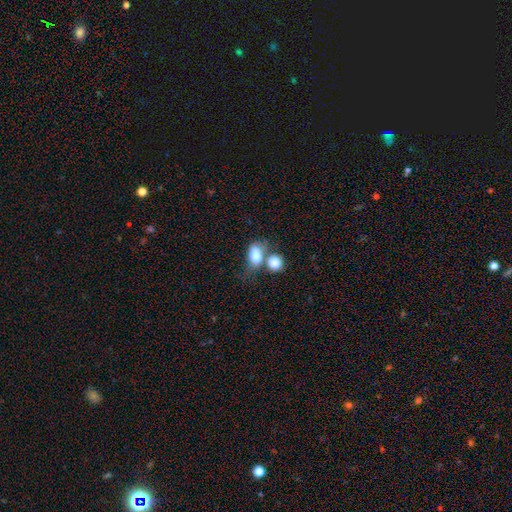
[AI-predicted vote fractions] This appears to be a smooth galaxy with no disk features (79%) that is in between round and cigar-shaped (75%). Merging: merger (54%).